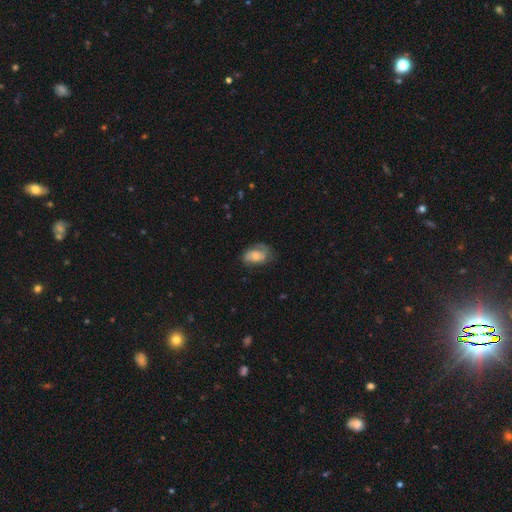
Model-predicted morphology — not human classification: type=smooth (61%); roundness=in between (87%); merging=none (53%).